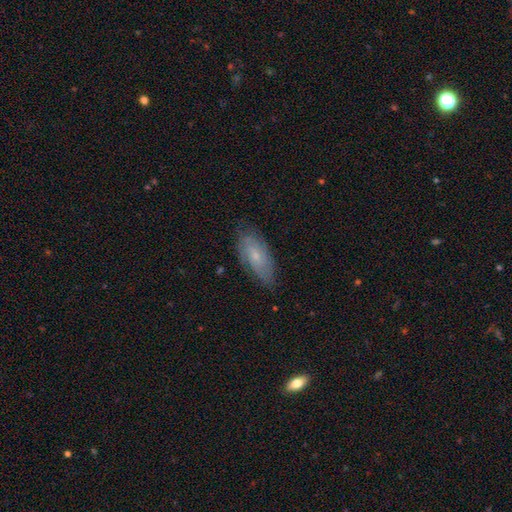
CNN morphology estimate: This appears to be a smooth galaxy with no disk features (47%). Merging: none (74%).